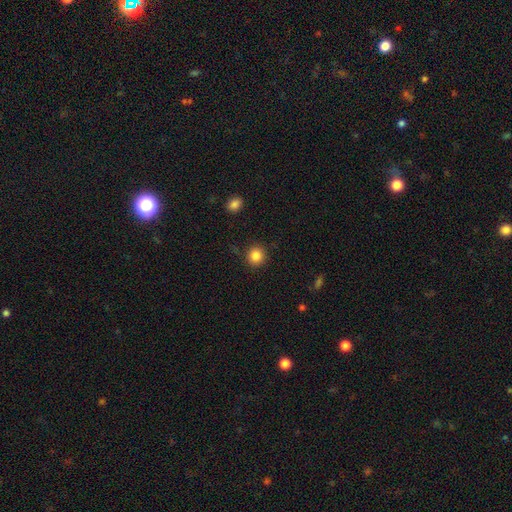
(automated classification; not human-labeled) Smooth or featured?
  - smooth: 85% *
  - star or artifact: 11%
  - featured or disk: 4%
How rounded?
  - round: 92% *
  - in between: 7%
  - cigar-shaped: 1%
Merging?
  - none: 90% *
  - minor disturbance: 7%
  - major disturbance: 2%
  - merger: 1%